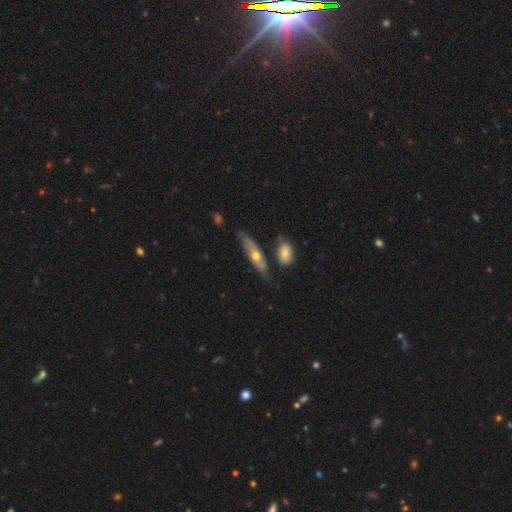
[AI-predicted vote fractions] A featured or disk galaxy (54%) viewed edge-on (67%).

Vote fractions:
- Smooth or featured? featured or disk: 54% / smooth: 39% / star or artifact: 7%
- Edge-on disk? yes: 67% / no: 33%
- Merging? none: 68% / minor disturbance: 18% / merger: 9% / major disturbance: 5%